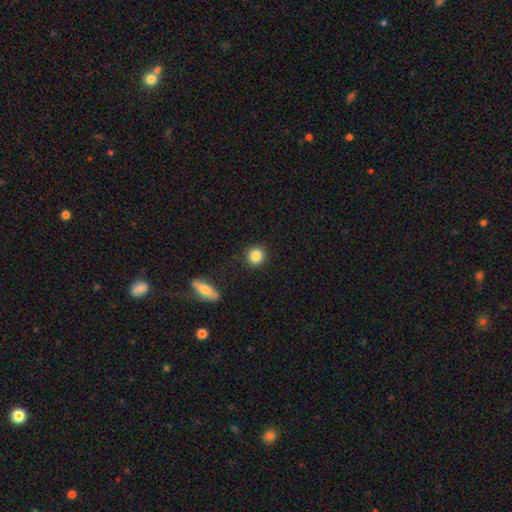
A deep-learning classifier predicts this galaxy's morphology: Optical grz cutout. It shows a smooth galaxy with no disk features (86%) that is round (90%). Merging: none (89%).